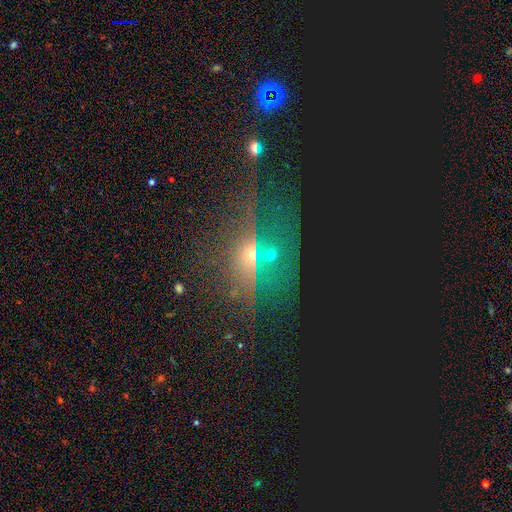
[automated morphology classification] Smooth or featured? Predicted: star or artifact (p=0.43).